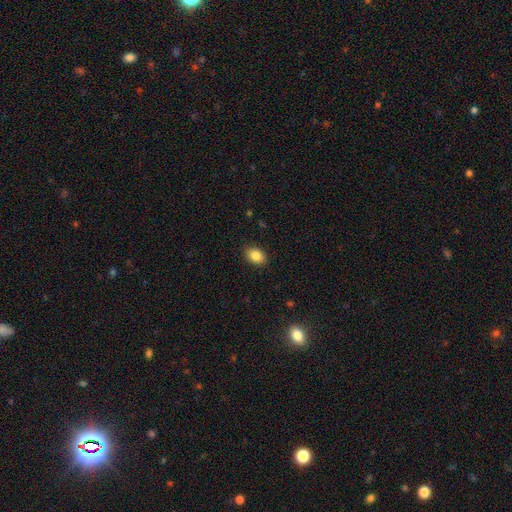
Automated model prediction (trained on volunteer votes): smooth_or_featured: smooth (p=0.86) [alt: star or artifact p=0.08]
how_rounded: in between (p=0.79) [alt: round p=0.19]
merging: none (p=0.89) [alt: minor disturbance p=0.08]